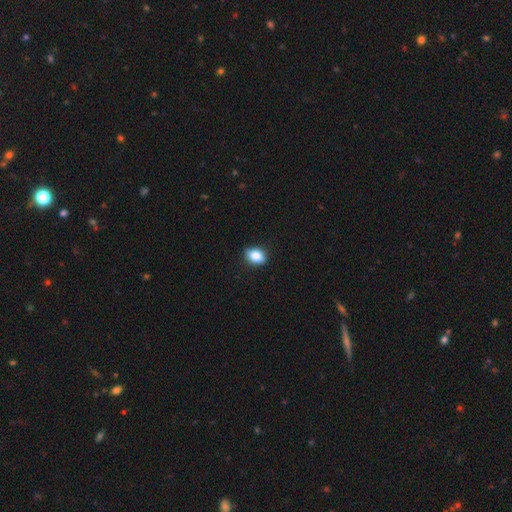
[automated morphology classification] This is clearly a smooth galaxy (82%). How rounded: likely in between (68%). Merging: clearly none (82%).